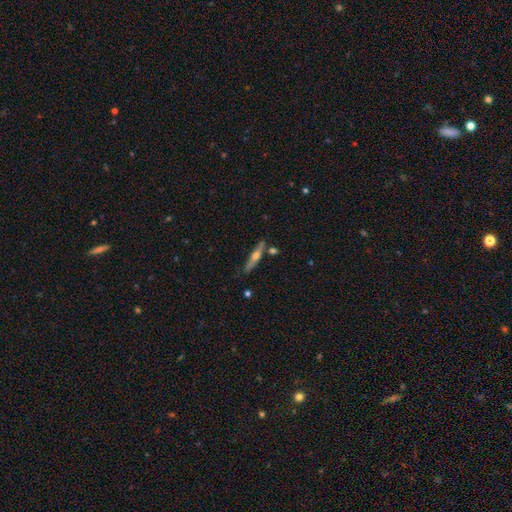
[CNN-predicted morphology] Smooth or featured? Predicted: featured or disk (p=0.59). Edge-on disk? Predicted: yes (p=0.94). Edge-on bulge? Predicted: rounded (p=0.91). Merging? Predicted: none (p=0.79).